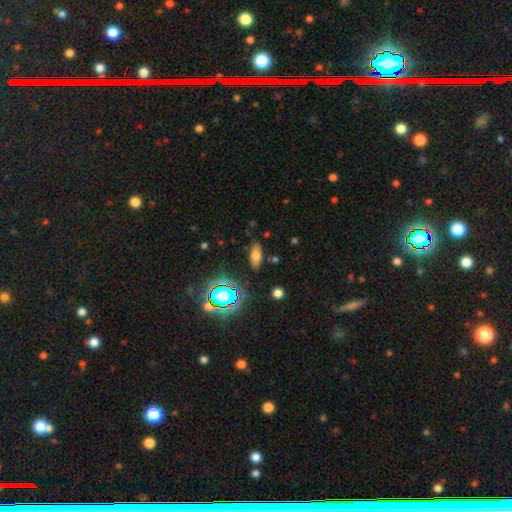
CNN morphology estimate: Overall: smooth (66%). How rounded: in between (77%). Merging: none (83%).